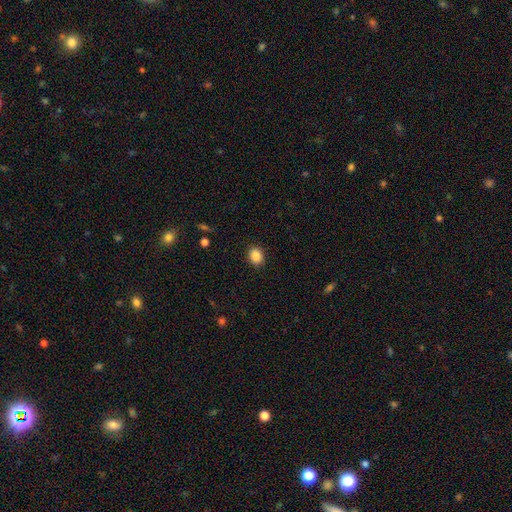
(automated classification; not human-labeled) The model was most divided on "how rounded": round: 51%, in between: 48%, cigar-shaped: 1%. More confident: merging — none (90%); smooth or featured — smooth (88%).